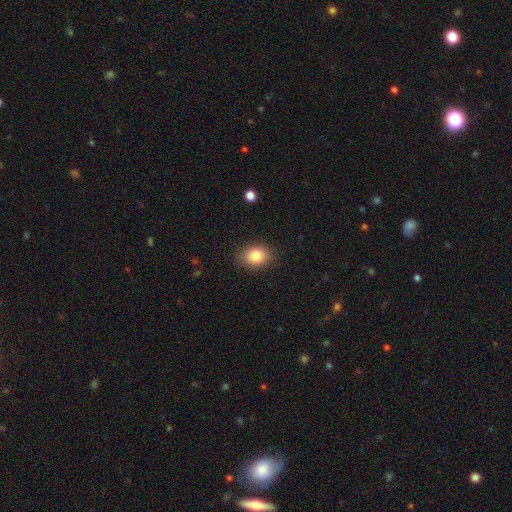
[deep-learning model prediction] A smooth galaxy with no disk features (83%) that is in between round and cigar-shaped (63%).

Vote fractions:
- Smooth or featured? smooth: 83% / star or artifact: 9% / featured or disk: 8%
- How rounded? in between: 63% / round: 36% / cigar-shaped: 1%
- Merging? none: 86% / minor disturbance: 10% / major disturbance: 3% / merger: 1%